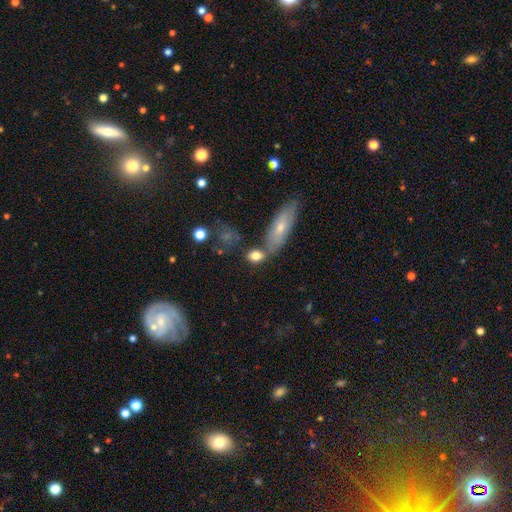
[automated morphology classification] Smooth or featured: smooth — 79% (featured or disk — 12%)
How rounded: in between — 65% (round — 25%)
Merging: none — 58% (merger — 21%)